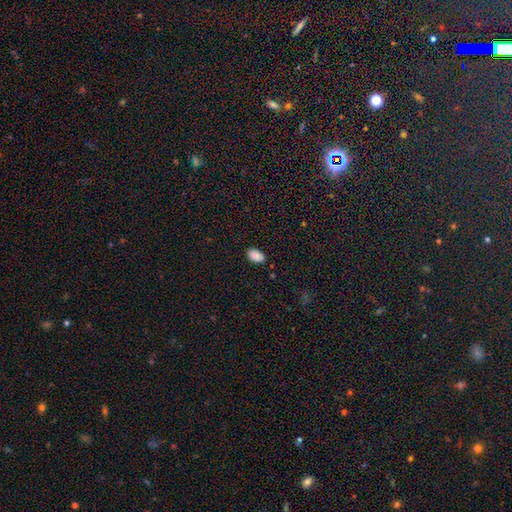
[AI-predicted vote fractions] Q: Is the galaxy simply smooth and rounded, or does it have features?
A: smooth — 88%.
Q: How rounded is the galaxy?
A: in between — 92%.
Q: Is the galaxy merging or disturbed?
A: none — 86%.